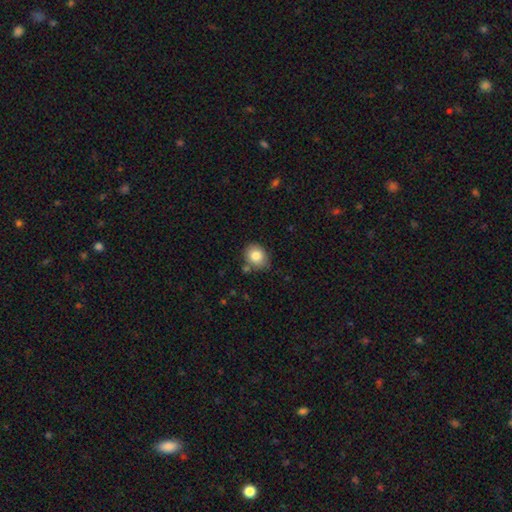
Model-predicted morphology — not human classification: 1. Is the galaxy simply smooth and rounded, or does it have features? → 82% smooth, 9% featured or disk, 9% star or artifact.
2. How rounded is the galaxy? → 55% round, 44% in between, 1% cigar-shaped.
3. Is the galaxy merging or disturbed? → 76% none, 15% minor disturbance, 7% merger, 3% major disturbance.